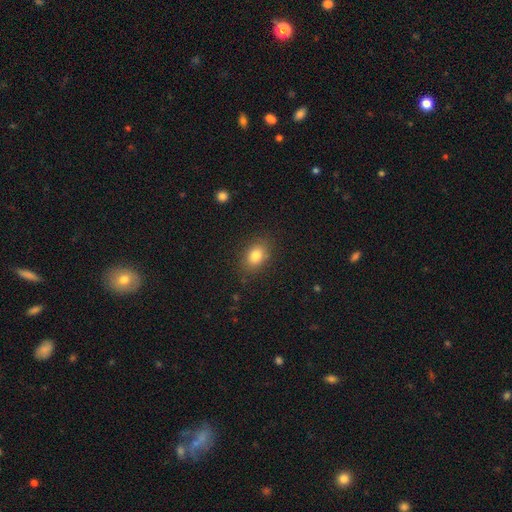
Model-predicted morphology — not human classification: Smooth or featured? Predicted: smooth (p=0.81). How rounded? Predicted: in between (p=0.76). Merging? Predicted: none (p=0.83).